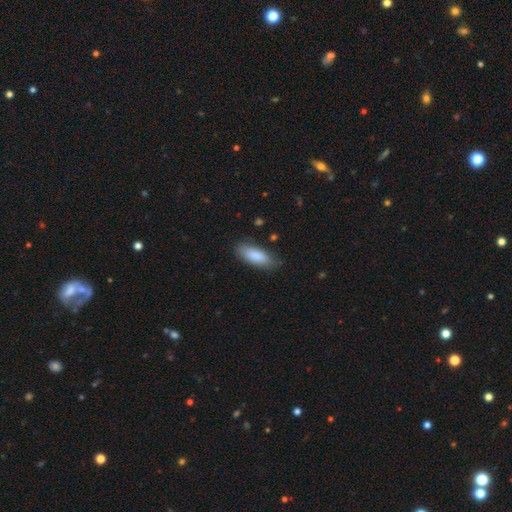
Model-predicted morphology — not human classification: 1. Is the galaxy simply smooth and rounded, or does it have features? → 87% smooth, 7% featured or disk, 6% star or artifact.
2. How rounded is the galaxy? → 74% in between, 24% cigar-shaped, 2% round.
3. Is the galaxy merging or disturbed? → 80% none, 15% minor disturbance, 3% major disturbance, 1% merger.